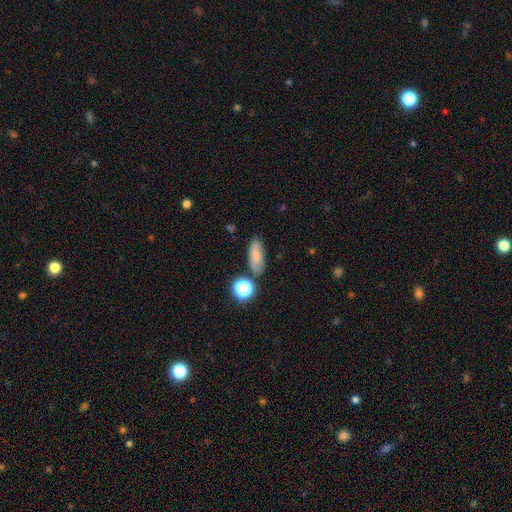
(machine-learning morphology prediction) This is likely a smooth galaxy (76%). How rounded: likely in between (77%). Merging: likely none (73%).